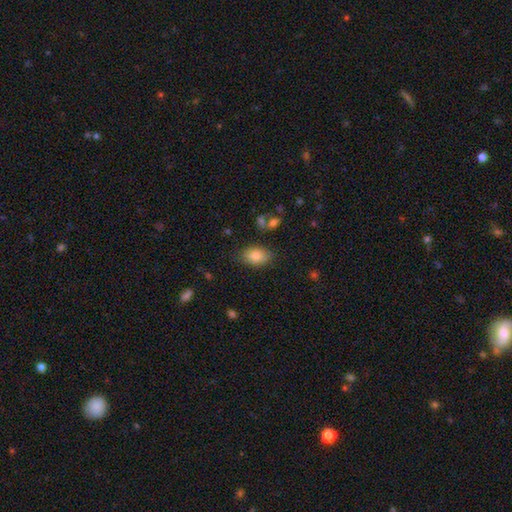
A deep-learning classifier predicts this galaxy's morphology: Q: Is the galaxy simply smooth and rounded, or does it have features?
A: smooth — 82%.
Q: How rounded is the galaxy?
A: in between — 86%.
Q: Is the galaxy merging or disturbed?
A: none — 79%.